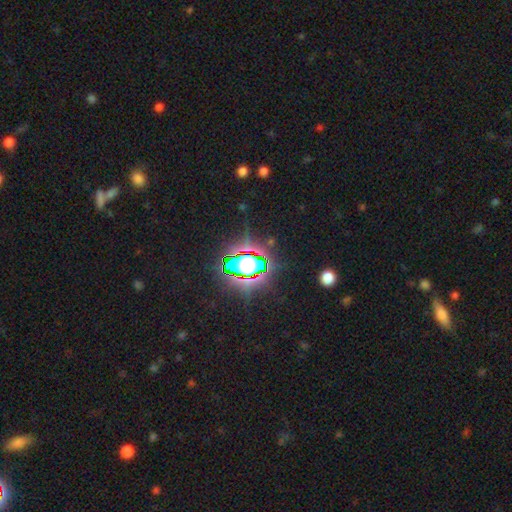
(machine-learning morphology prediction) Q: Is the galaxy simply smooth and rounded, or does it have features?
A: star or artifact — 80%.